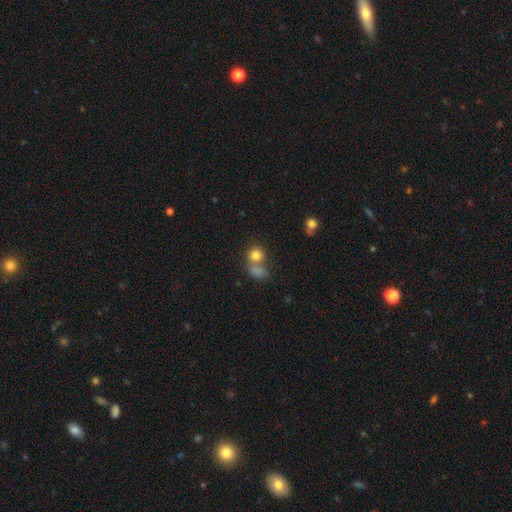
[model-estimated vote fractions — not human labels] Morphology: type=smooth (80%); roundness=round (80%); merging=merger (44%).